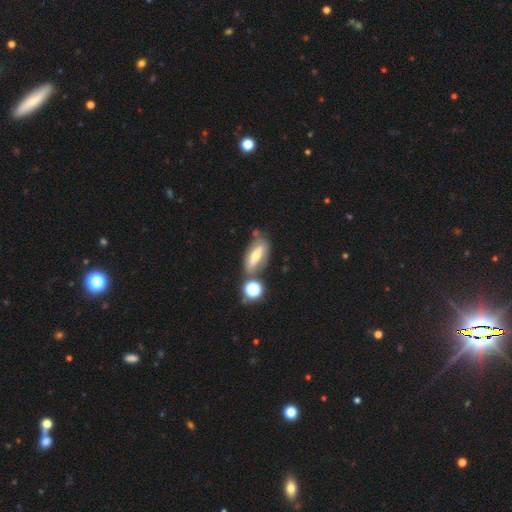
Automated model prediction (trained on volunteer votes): A featured or disk galaxy (49%). Merging: none (54%).